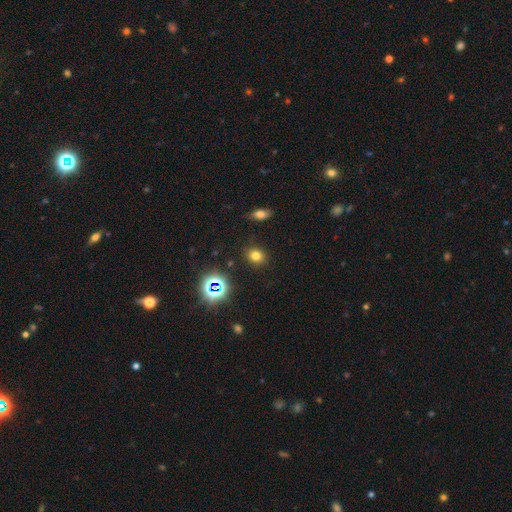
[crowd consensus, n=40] A smooth galaxy with no disk features (82%) that is round (76%). Merging: none (91%).